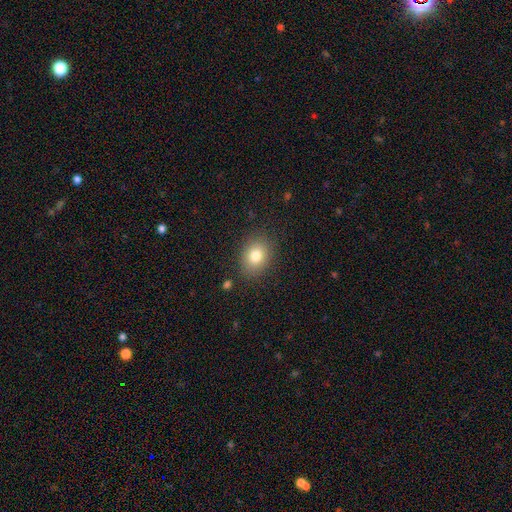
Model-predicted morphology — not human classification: Smooth or featured?
  - smooth: 80% *
  - star or artifact: 11%
  - featured or disk: 9%
How rounded?
  - in between: 52% *
  - round: 47%
  - cigar-shaped: 1%
Merging?
  - none: 85% *
  - minor disturbance: 10%
  - major disturbance: 3%
  - merger: 2%